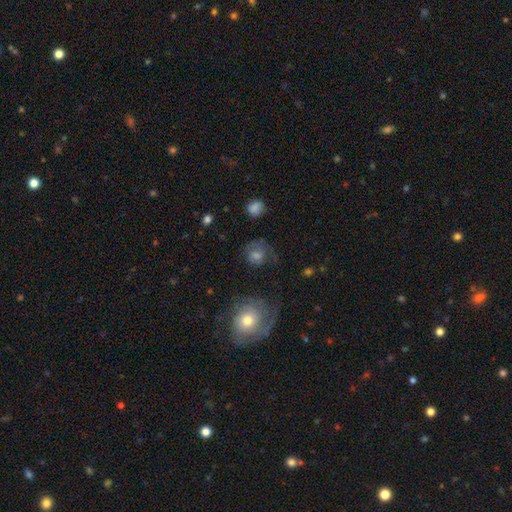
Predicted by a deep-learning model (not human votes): This appears to be a smooth galaxy with no disk features (54%) that is round (78%). Merging: none (57%).